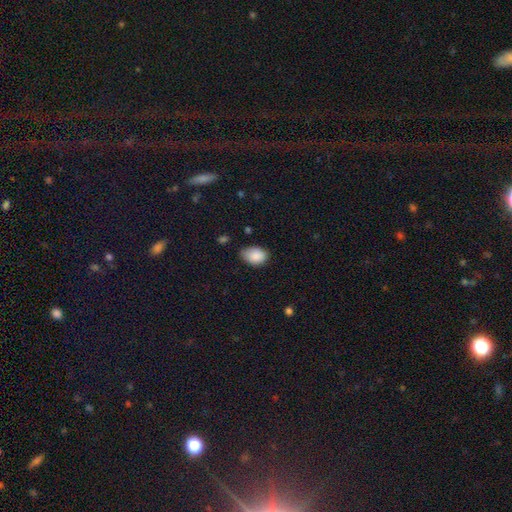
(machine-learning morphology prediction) smooth 87%, star or artifact 8%, featured or disk 5%. Down the decision tree: how rounded — in between (82%); merging — none (60%).